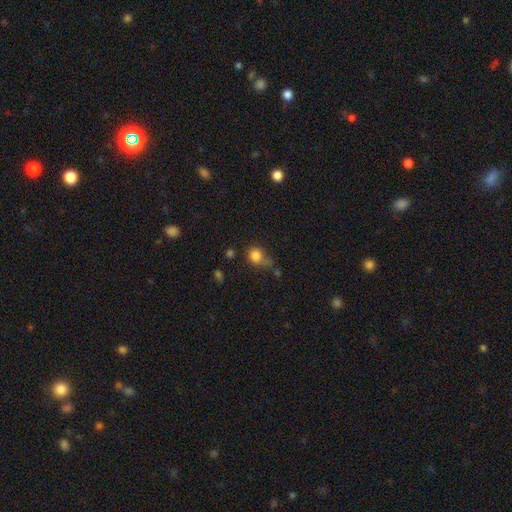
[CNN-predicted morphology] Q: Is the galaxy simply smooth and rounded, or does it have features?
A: smooth — 81%.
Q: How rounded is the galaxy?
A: round — 65%.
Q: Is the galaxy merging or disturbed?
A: none — 39%.